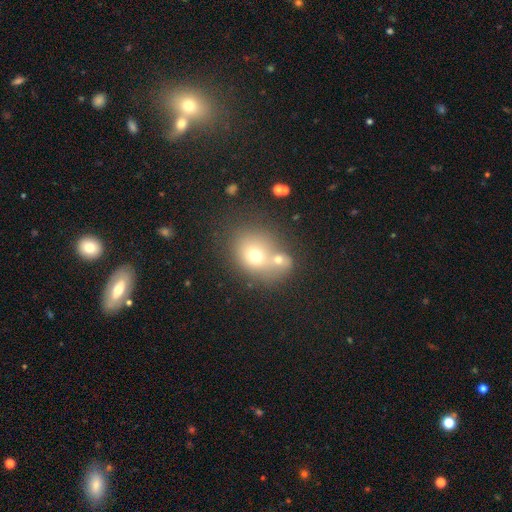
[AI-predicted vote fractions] A smooth galaxy with no disk features (67%) that is round (61%). Merging: merger (47%).